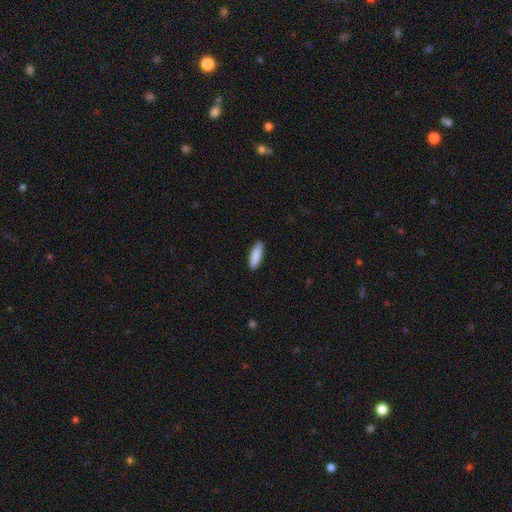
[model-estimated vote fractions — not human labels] A smooth galaxy with no disk features (89%) that is cigar-shaped (50%). Merging: none (90%).